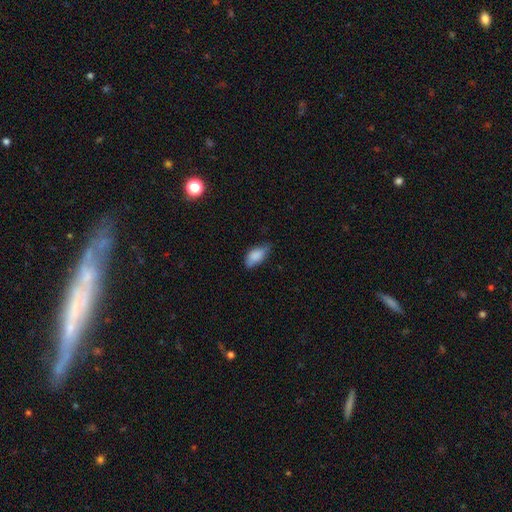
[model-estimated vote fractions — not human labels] A smooth galaxy with no disk features (84%) that is in between round and cigar-shaped (90%).

Vote fractions:
- Smooth or featured? smooth: 84% / featured or disk: 9% / star or artifact: 7%
- How rounded? in between: 90% / cigar-shaped: 7% / round: 3%
- Merging? none: 55% / minor disturbance: 36% / major disturbance: 8% / merger: 2%